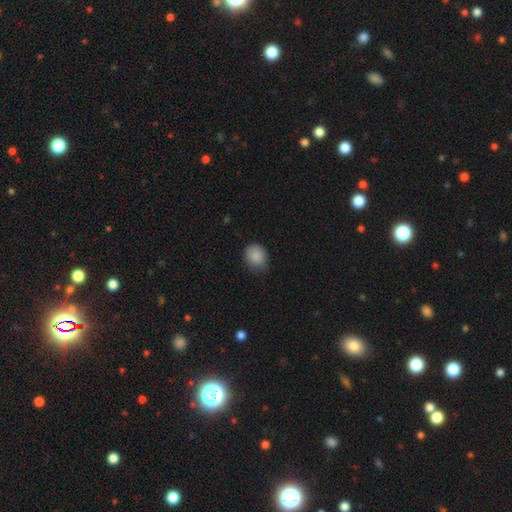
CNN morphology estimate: This appears to be a smooth galaxy with no disk features (87%) that is round (63%). Merging: none (67%).